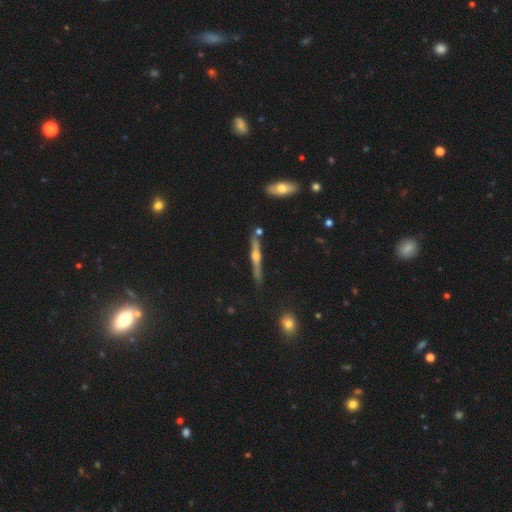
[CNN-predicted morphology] Overall: featured or disk (74%). Edge-on disk: yes (97%). Edge-on bulge: rounded (90%). Merging: none (83%).